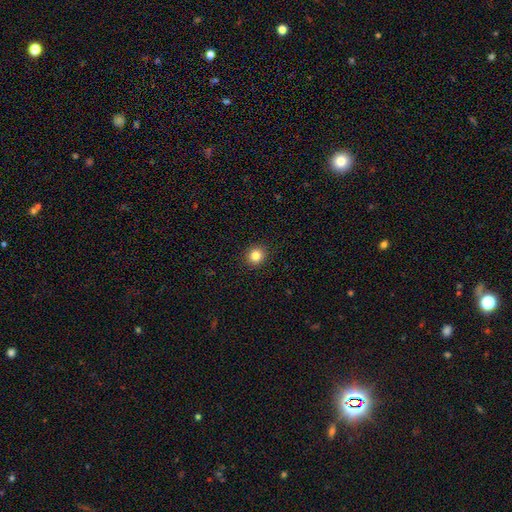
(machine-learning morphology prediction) This is clearly a smooth galaxy (84%). How rounded: clearly round (87%). Merging: clearly none (92%).